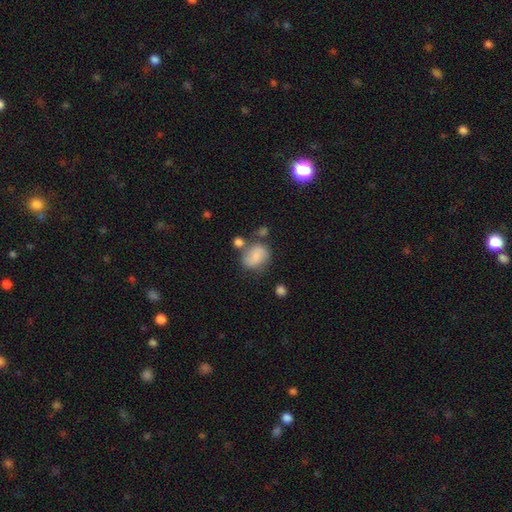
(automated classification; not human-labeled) smooth-or-featured: smooth: 65% | featured or disk: 25% | star or artifact: 9%
  how-rounded: in between: 55% | round: 44% | cigar-shaped: 1%
  merging: none: 54% | minor disturbance: 22% | merger: 15% | major disturbance: 9%